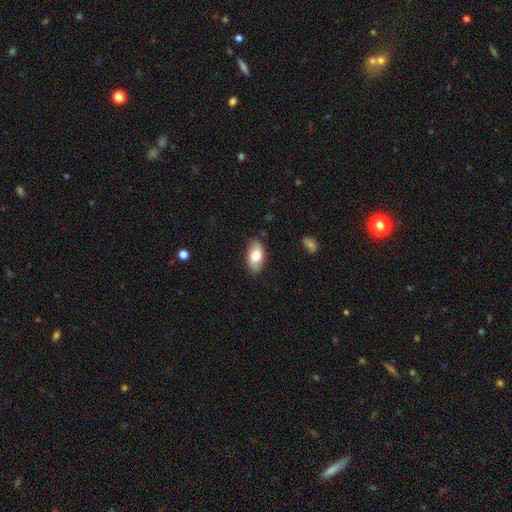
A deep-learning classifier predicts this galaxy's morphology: Smooth or featured?
  - smooth: 76% *
  - featured or disk: 18%
  - star or artifact: 6%
How rounded?
  - in between: 94% *
  - round: 4%
  - cigar-shaped: 2%
Merging?
  - none: 83% *
  - minor disturbance: 13%
  - major disturbance: 3%
  - merger: 1%